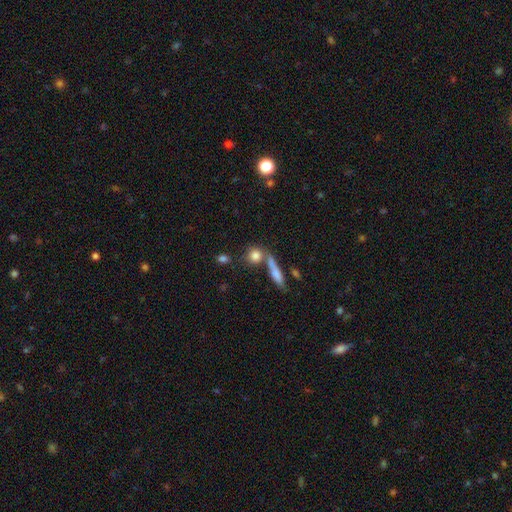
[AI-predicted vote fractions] Morphology: type=smooth (80%); roundness=round (69%); merging=none (61%).